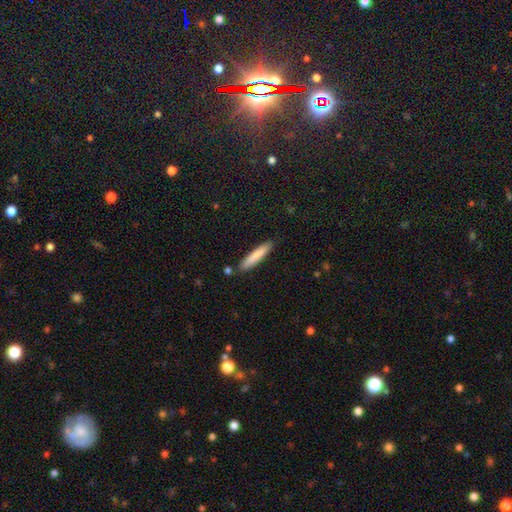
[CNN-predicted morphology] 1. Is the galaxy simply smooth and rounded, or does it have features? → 81% smooth, 13% featured or disk, 6% star or artifact.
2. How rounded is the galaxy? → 90% cigar-shaped, 8% in between, 1% round.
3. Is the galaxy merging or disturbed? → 86% none, 9% minor disturbance, 3% merger, 2% major disturbance.